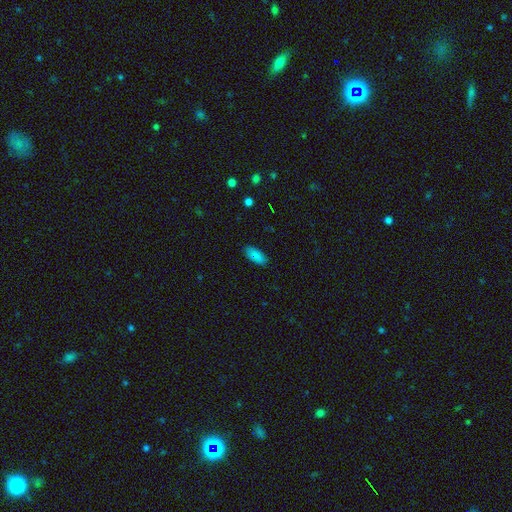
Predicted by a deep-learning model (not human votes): This appears to be a smooth galaxy with no disk features (87%) that is in between round and cigar-shaped (85%). Merging: none (88%).